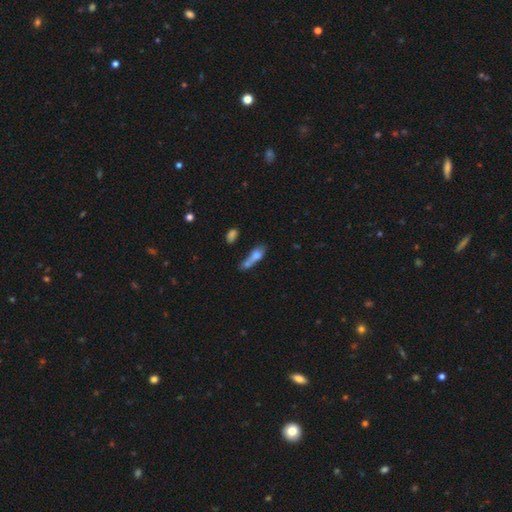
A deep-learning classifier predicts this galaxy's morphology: Smooth or featured? Predicted: smooth (p=0.64). How rounded? Predicted: in between (p=0.51). Merging? Predicted: merger (p=0.52).